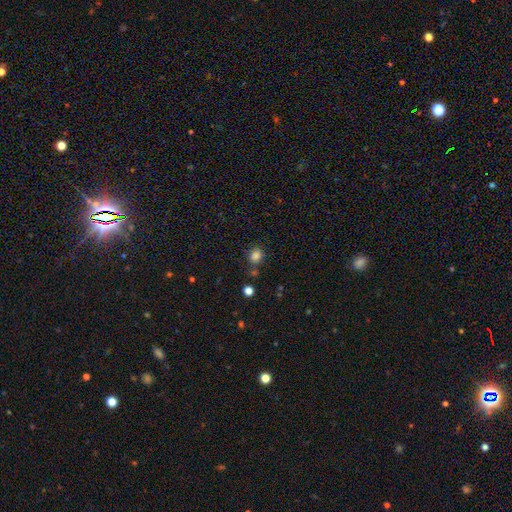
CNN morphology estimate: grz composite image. It shows a smooth galaxy with no disk features (82%) that is round (68%). Merging: none (72%).